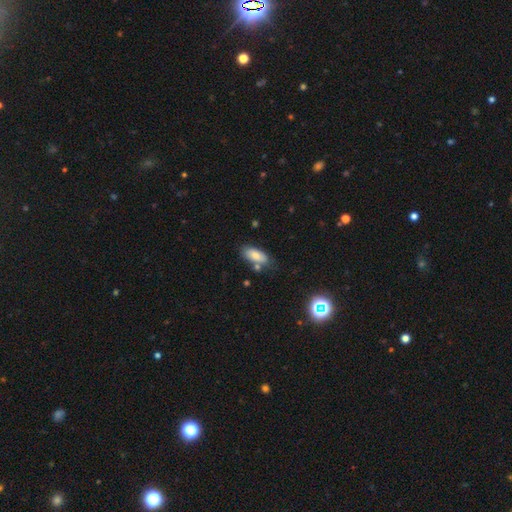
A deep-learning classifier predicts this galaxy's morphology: This is likely a smooth galaxy (78%). How rounded: clearly in between (83%). Merging: likely none (69%).